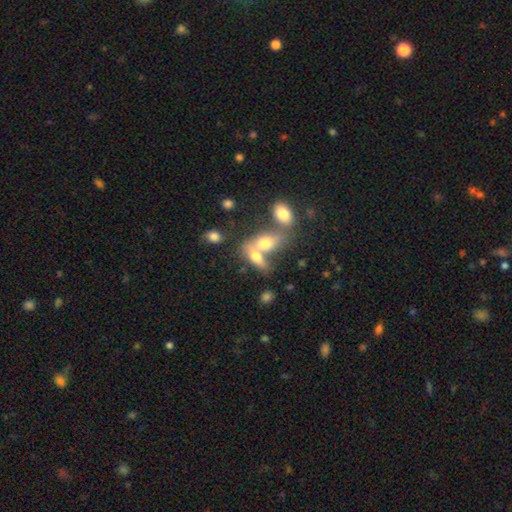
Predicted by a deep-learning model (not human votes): The model was most divided on "merging": merger: 61%, none: 24%, minor disturbance: 8%, major disturbance: 6%. More confident: how rounded — in between (76%); smooth or featured — smooth (67%).